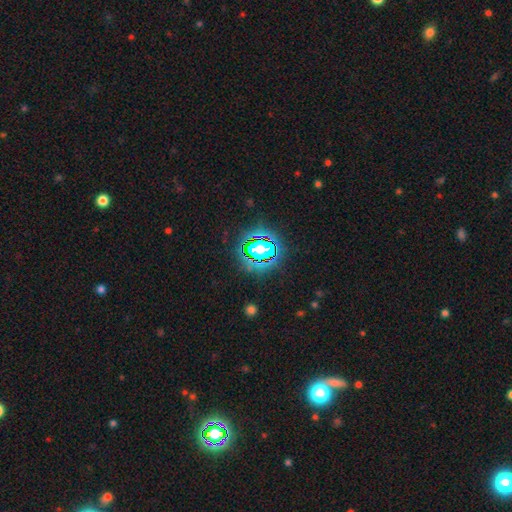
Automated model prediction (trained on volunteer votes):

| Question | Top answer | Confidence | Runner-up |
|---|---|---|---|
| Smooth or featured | star or artifact | 81% | smooth (11%) |